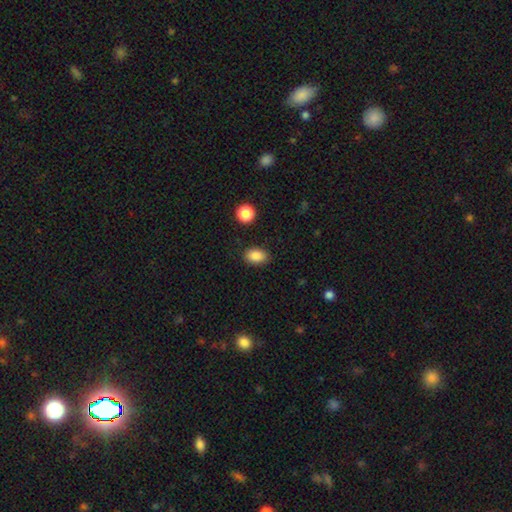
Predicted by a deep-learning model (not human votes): Smooth or featured?
  - smooth: 87% *
  - star or artifact: 9%
  - featured or disk: 4%
How rounded?
  - in between: 84% *
  - round: 15%
  - cigar-shaped: 1%
Merging?
  - none: 86% *
  - minor disturbance: 10%
  - major disturbance: 3%
  - merger: 2%